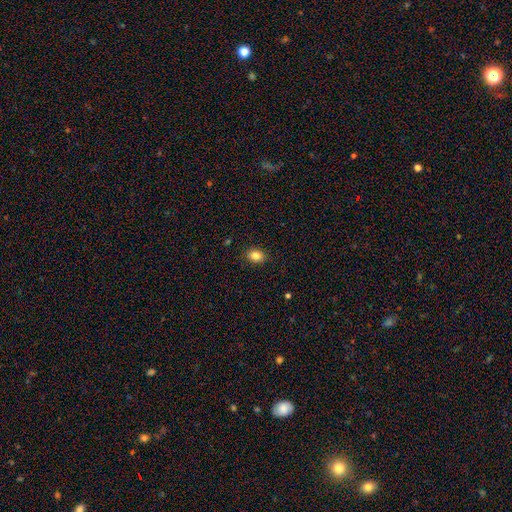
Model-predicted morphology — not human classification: This appears to be a smooth galaxy with no disk features (84%) that is in between round and cigar-shaped (60%). Merging: none (85%).